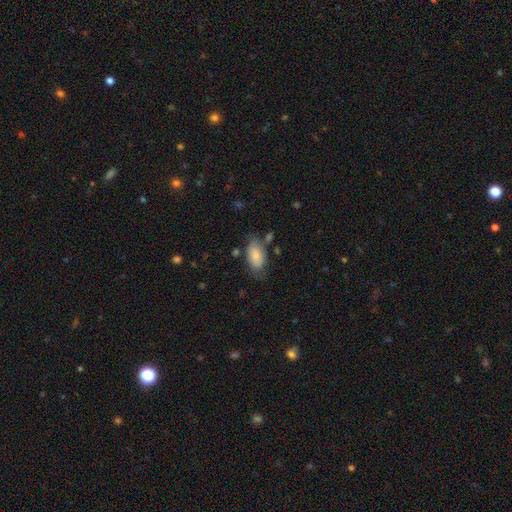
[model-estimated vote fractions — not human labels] A smooth galaxy with no disk features (81%) that is in between round and cigar-shaped (94%). Merging: none (64%).